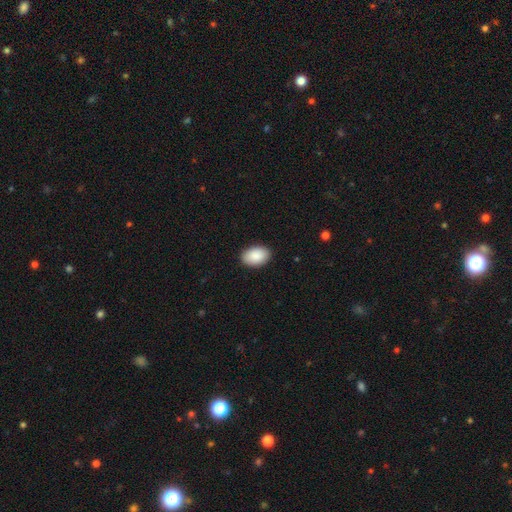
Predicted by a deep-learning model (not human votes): Smooth or featured? smooth (90%)
How rounded? in between (92%)
Merging? none (90%)